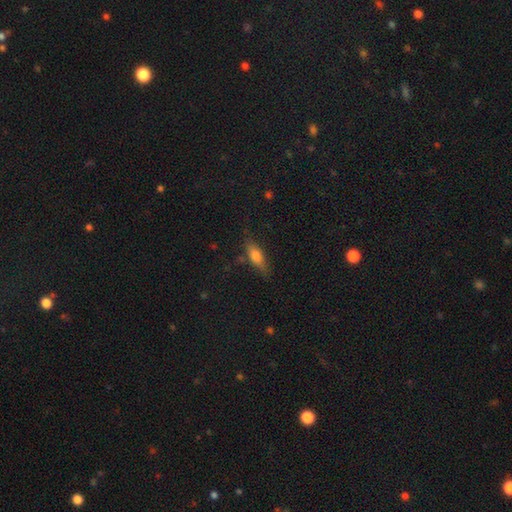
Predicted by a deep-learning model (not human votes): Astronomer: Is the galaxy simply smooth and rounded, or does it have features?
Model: smooth — 67%.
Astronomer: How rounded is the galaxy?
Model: in between — 58% (runner-up: cigar-shaped, 39%).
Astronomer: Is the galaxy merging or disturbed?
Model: none — 75%.